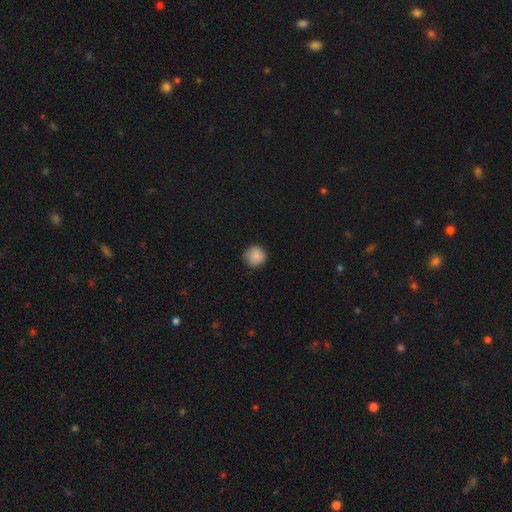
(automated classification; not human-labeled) smooth-or-featured: smooth: 85% | star or artifact: 9% | featured or disk: 7%
  how-rounded: round: 92% | in between: 7% | cigar-shaped: 1%
  merging: none: 78% | minor disturbance: 18% | major disturbance: 3% | merger: 1%